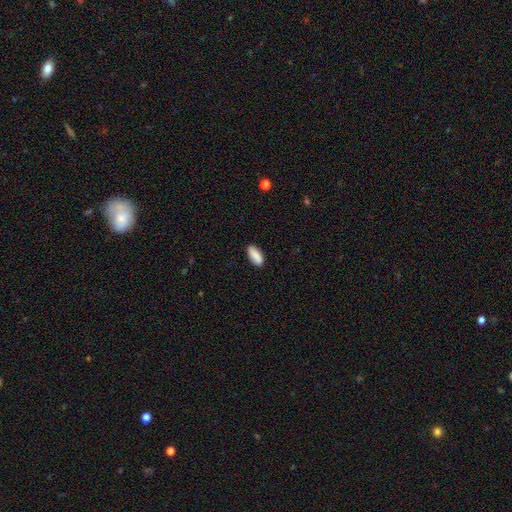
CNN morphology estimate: This is clearly a smooth galaxy (89%). How rounded: clearly in between (83%). Merging: clearly none (88%).